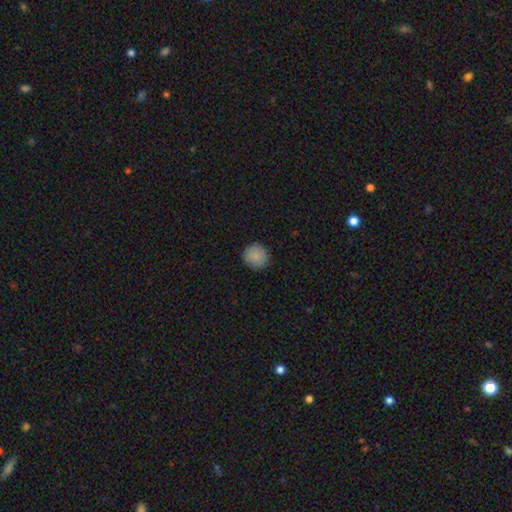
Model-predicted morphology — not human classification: The model was most divided on "smooth or featured": smooth: 88%, star or artifact: 8%, featured or disk: 4%. More confident: how rounded — round (93%); merging — none (90%).